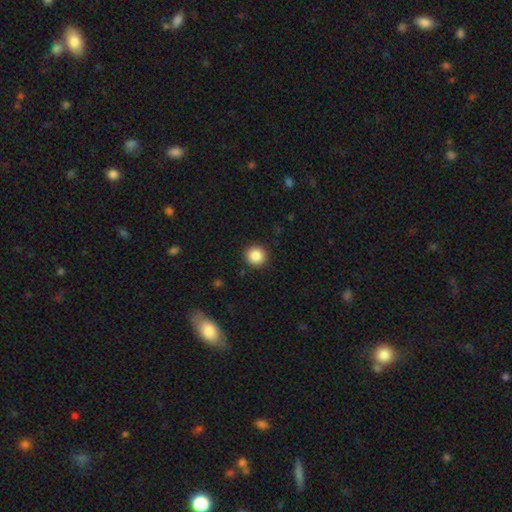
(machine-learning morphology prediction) Overall: smooth (86%). How rounded: round (94%). Merging: none (91%).